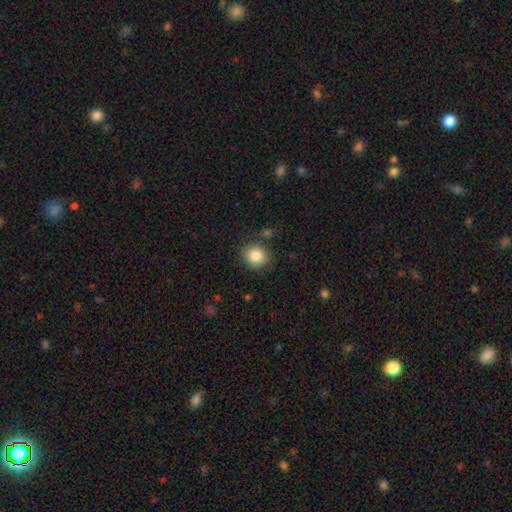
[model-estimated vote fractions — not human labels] Smooth or featured? Predicted: smooth (p=0.85). How rounded? Predicted: round (p=0.85). Merging? Predicted: none (p=0.85).